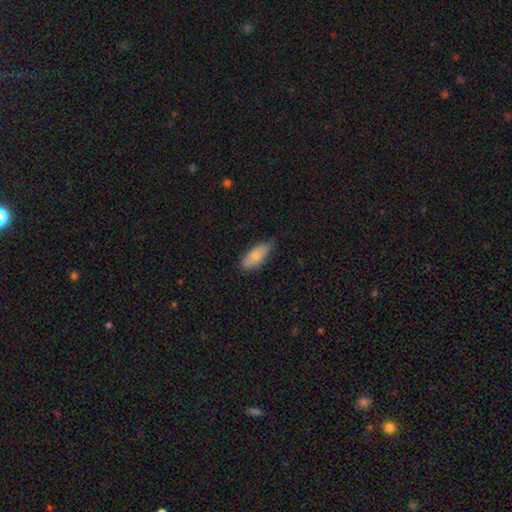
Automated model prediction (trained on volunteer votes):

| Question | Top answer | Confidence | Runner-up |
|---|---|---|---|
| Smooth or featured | smooth | 80% | featured or disk (13%) |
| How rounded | in between | 79% | cigar-shaped (19%) |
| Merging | none | 69% | minor disturbance (25%) |